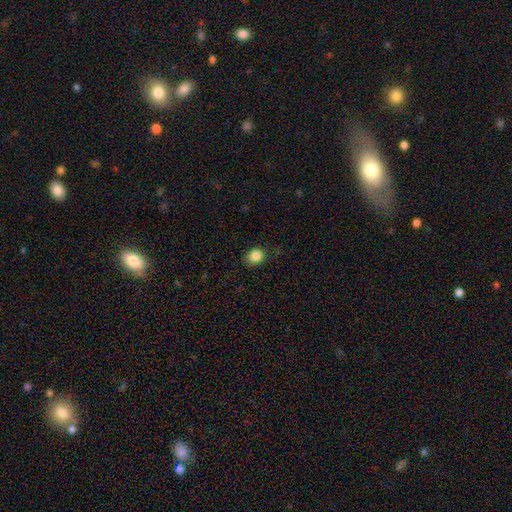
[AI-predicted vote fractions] A smooth galaxy with no disk features (85%) that is round (59%). Merging: none (84%).